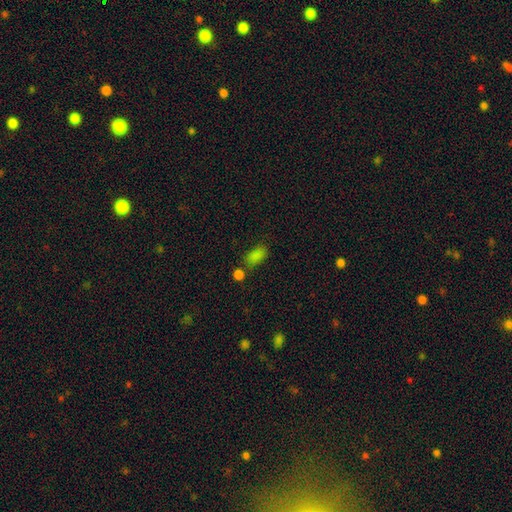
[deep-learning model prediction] A smooth galaxy with no disk features (82%) that is in between round and cigar-shaped (88%).

Vote fractions:
- Smooth or featured? smooth: 82% / star or artifact: 14% / featured or disk: 5%
- How rounded? in between: 88% / round: 7% / cigar-shaped: 5%
- Merging? none: 60% / merger: 17% / minor disturbance: 17% / major disturbance: 6%